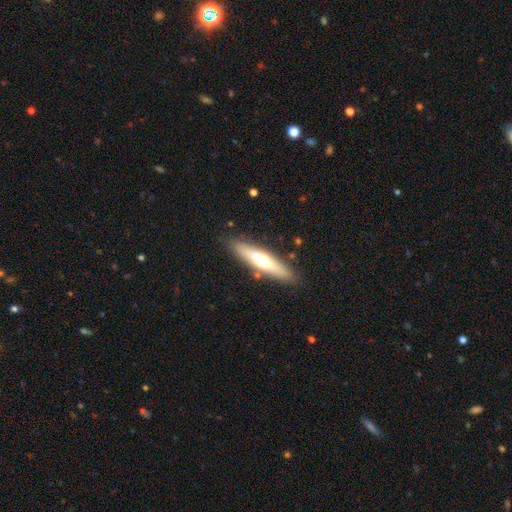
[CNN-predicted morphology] type=featured or disk (47%); merging=none (83%).